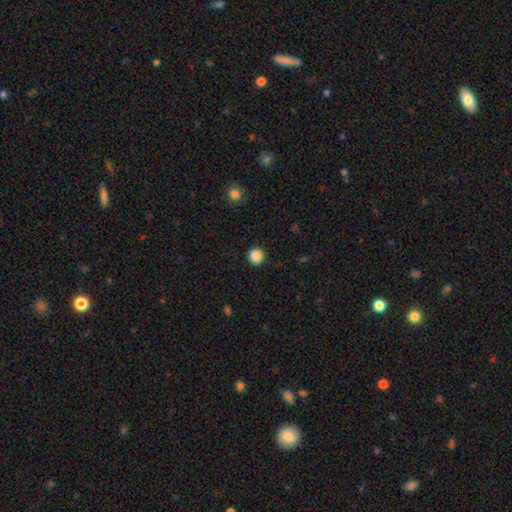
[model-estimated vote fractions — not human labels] Smooth or featured? smooth (87%)
How rounded? round (91%)
Merging? none (90%)